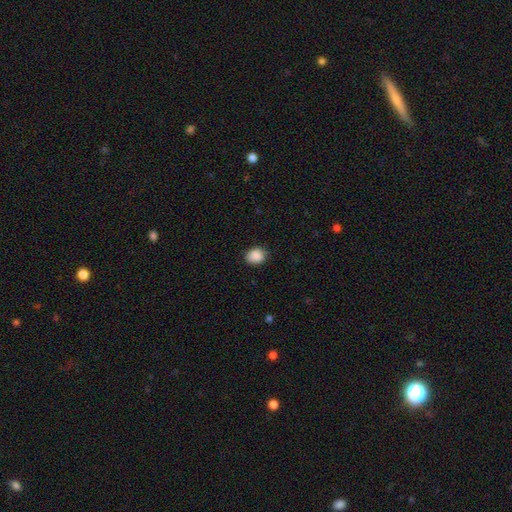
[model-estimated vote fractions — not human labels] Morphology: type=smooth (89%); roundness=in between (52%); merging=none (84%).